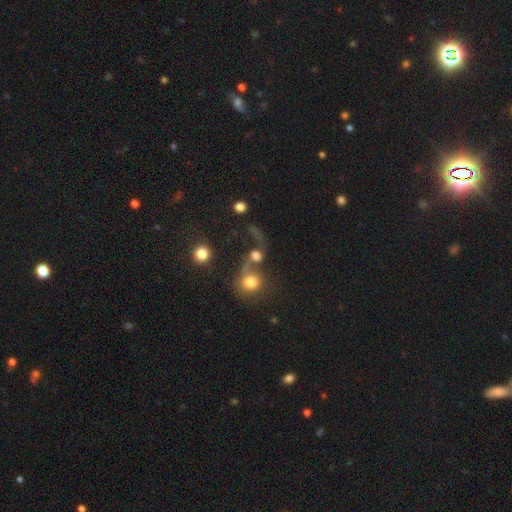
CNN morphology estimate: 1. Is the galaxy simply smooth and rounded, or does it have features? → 43% smooth, 41% featured or disk, 16% star or artifact.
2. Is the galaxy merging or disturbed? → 56% merger, 21% none, 15% major disturbance, 8% minor disturbance.